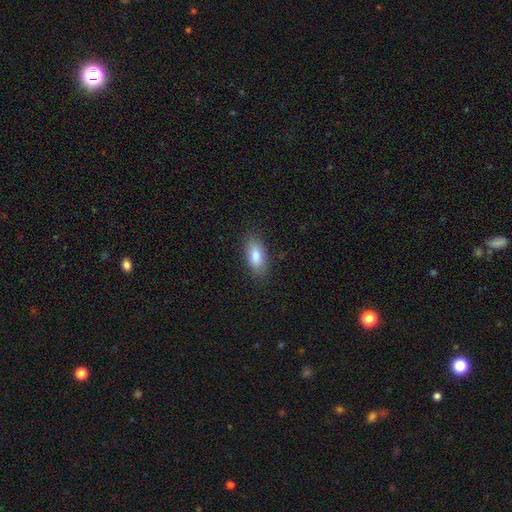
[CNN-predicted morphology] Overall: smooth (83%). How rounded: in between (87%). Merging: none (86%).